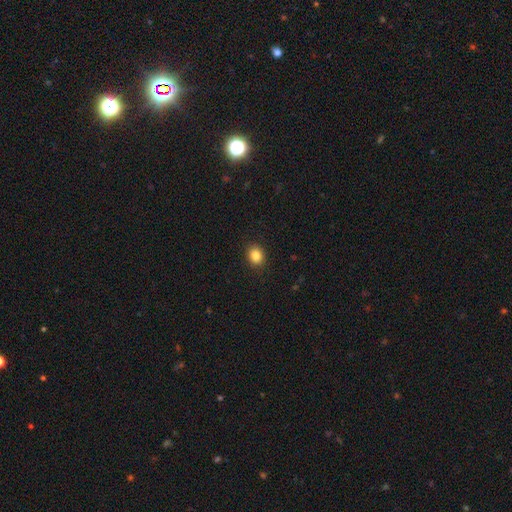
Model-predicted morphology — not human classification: Smooth or featured? Predicted: smooth (p=0.85). How rounded? Predicted: round (p=0.65). Merging? Predicted: none (p=0.91).